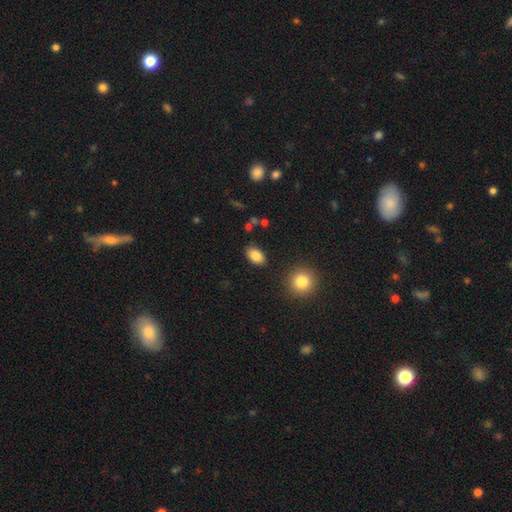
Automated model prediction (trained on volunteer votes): smooth_or_featured: smooth (p=0.85) [alt: star or artifact p=0.08]
how_rounded: in between (p=0.88) [alt: round p=0.11]
merging: none (p=0.85) [alt: minor disturbance p=0.10]